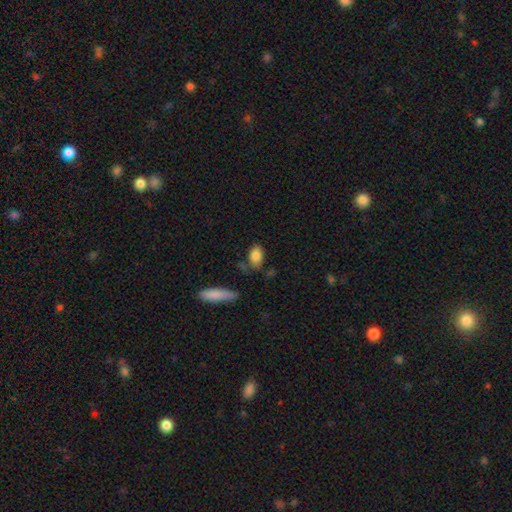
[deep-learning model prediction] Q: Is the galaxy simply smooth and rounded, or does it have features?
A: smooth — 85%.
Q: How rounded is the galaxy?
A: in between — 88%.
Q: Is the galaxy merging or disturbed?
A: none — 70%.